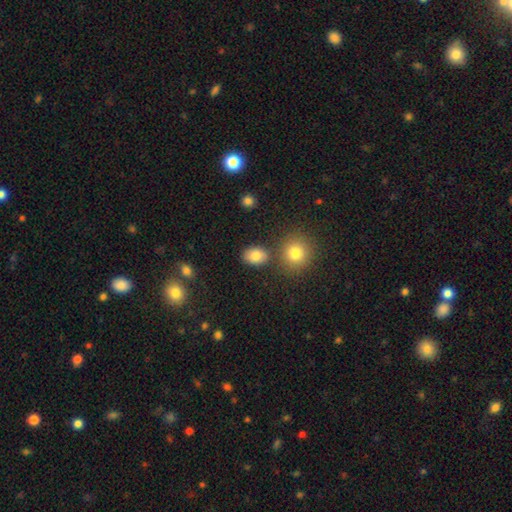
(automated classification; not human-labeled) smooth-or-featured: smooth: 84% | star or artifact: 10% | featured or disk: 6%
  how-rounded: in between: 67% | round: 32% | cigar-shaped: 1%
  merging: none: 78% | minor disturbance: 11% | merger: 8% | major disturbance: 3%